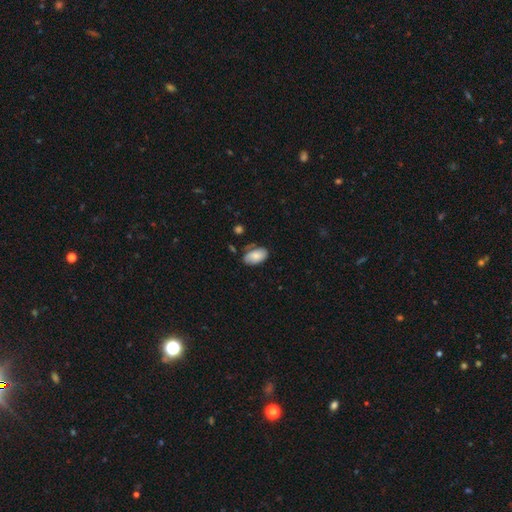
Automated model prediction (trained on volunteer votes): Overall: smooth (77%). How rounded: in between (94%). Merging: none (65%; minor disturbance 25%).